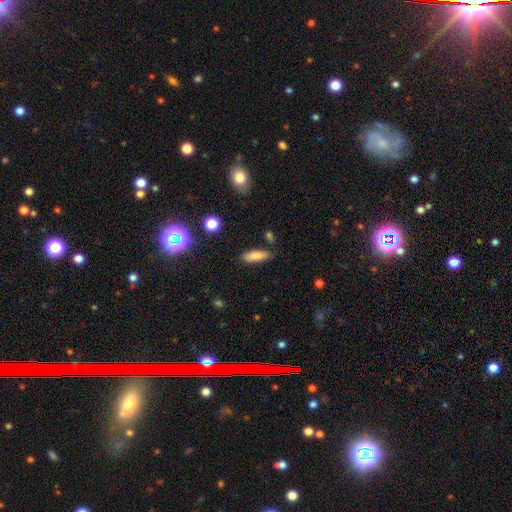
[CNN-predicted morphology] This appears to be a smooth galaxy with no disk features (80%) that is in between round and cigar-shaped (53%). Merging: none (82%).